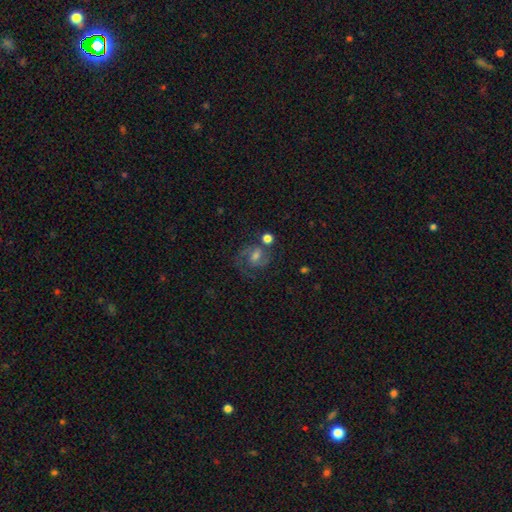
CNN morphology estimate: Q: Smooth or featured?
A: featured or disk (67%); runner-up: smooth (20%)
Q: Edge-on disk?
A: no (97%); runner-up: yes (3%)
Q: Bar?
A: weak (51%); runner-up: no (36%)
Q: Spiral arms?
A: yes (91%); runner-up: no (9%)
Q: Spiral winding?
A: medium (55%); runner-up: tight (27%)
Q: Spiral arm count?
A: 2 (78%); runner-up: can't tell (9%)
Q: Bulge size?
A: moderate (51%); runner-up: small (30%)
Q: Merging?
A: none (60%); runner-up: minor disturbance (17%)